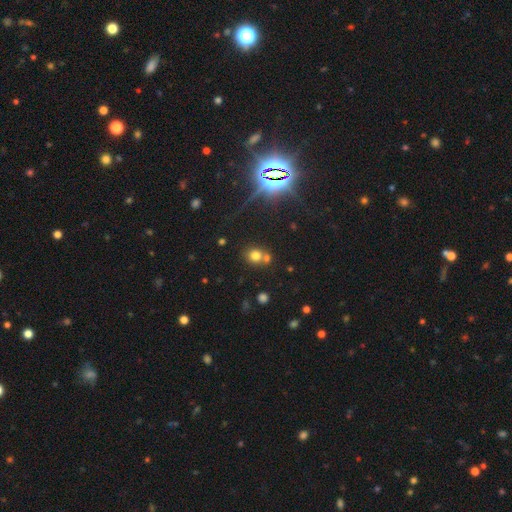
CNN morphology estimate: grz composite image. It shows a smooth galaxy with no disk features (72%) that is round (77%). Merging: none (53%).